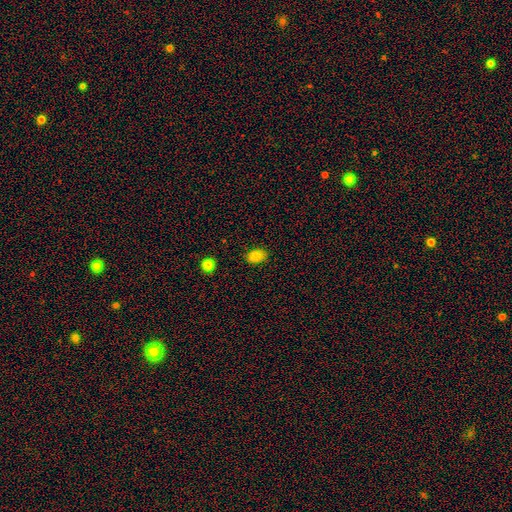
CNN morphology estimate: Smooth or featured: smooth — 85% (star or artifact — 12%)
How rounded: in between — 82% (round — 17%)
Merging: none — 84% (minor disturbance — 12%)